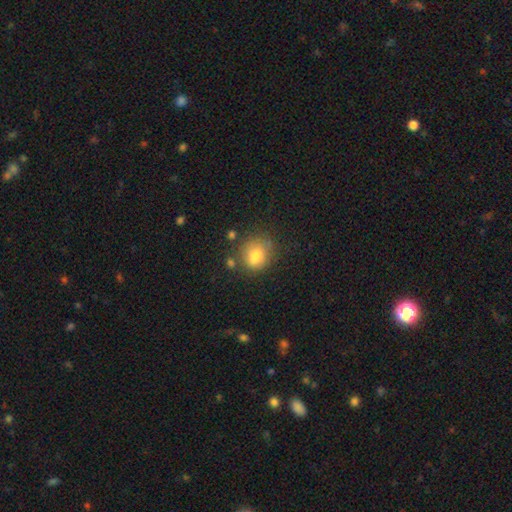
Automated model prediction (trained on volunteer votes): Smooth or featured? Predicted: smooth (p=0.78). How rounded? Predicted: round (p=0.72). Merging? Predicted: none (p=0.64).